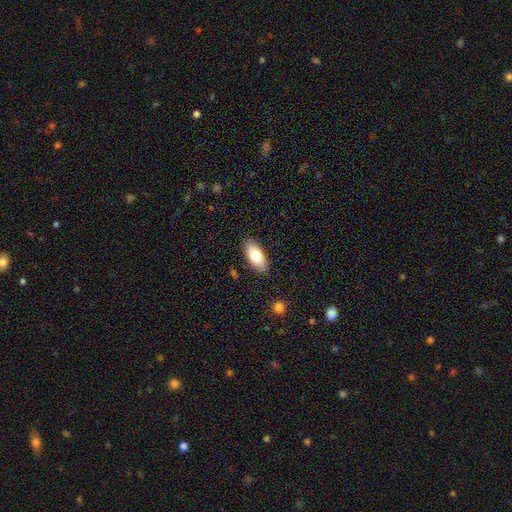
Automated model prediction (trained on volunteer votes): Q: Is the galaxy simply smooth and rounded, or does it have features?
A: smooth — 76%.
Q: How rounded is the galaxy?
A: in between — 87%.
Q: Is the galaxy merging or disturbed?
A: none — 87%.